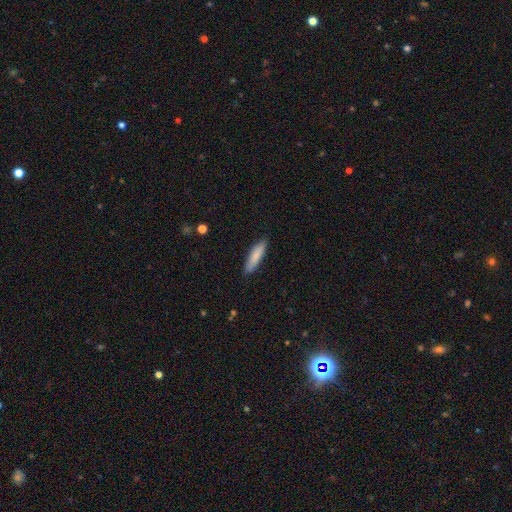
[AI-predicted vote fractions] Smooth or featured? smooth (82%)
How rounded? cigar-shaped (76%)
Merging? none (86%)